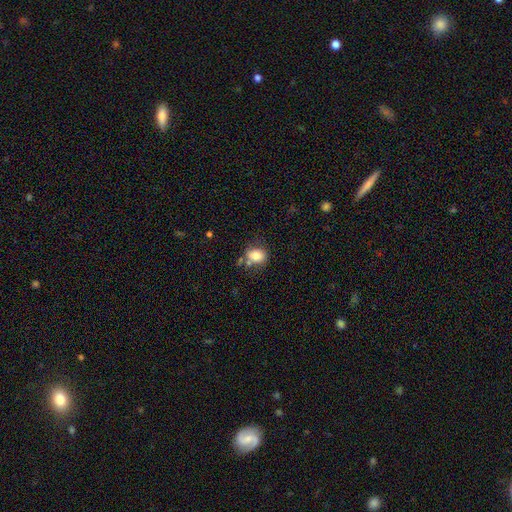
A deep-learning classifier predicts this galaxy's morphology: Smooth or featured?
  - smooth: 78% *
  - featured or disk: 12%
  - star or artifact: 10%
How rounded?
  - round: 51% *
  - in between: 48%
  - cigar-shaped: 1%
Merging?
  - none: 60% *
  - minor disturbance: 20%
  - merger: 14%
  - major disturbance: 7%